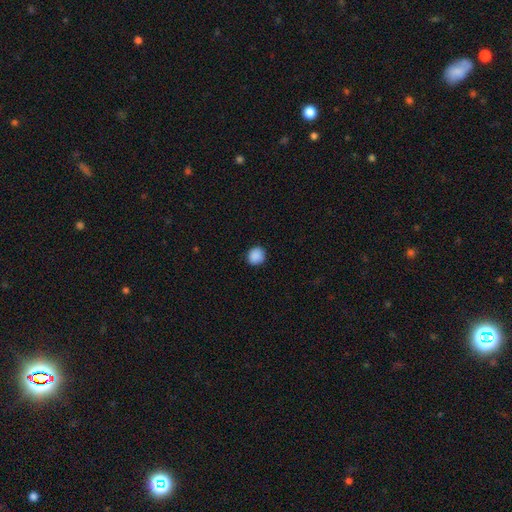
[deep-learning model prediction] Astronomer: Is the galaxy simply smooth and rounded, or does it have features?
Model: smooth — 89%.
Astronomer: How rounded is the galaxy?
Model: round — 87%.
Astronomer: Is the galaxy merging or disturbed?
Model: none — 90%.